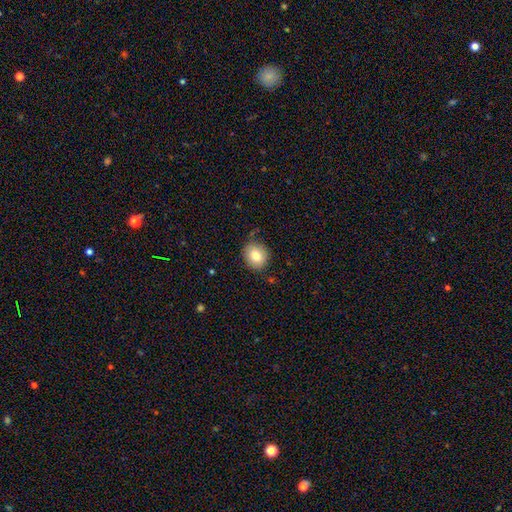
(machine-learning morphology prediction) This is clearly a smooth galaxy (83%). How rounded: likely round (77%). Merging: clearly none (83%).